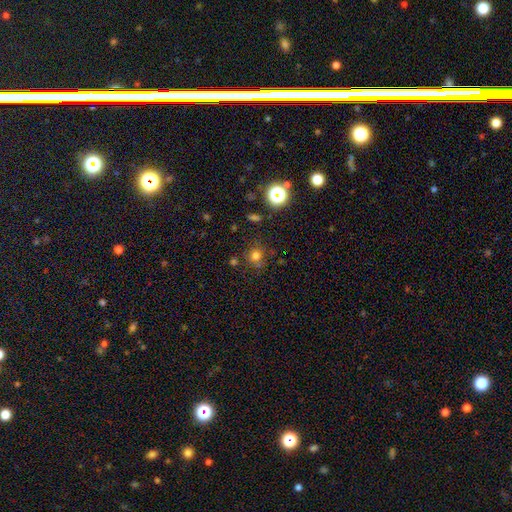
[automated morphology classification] Smooth or featured?
  - smooth: 71% *
  - star or artifact: 21%
  - featured or disk: 8%
How rounded?
  - round: 89% *
  - in between: 10%
  - cigar-shaped: 1%
Merging?
  - none: 77% *
  - minor disturbance: 12%
  - merger: 7%
  - major disturbance: 4%